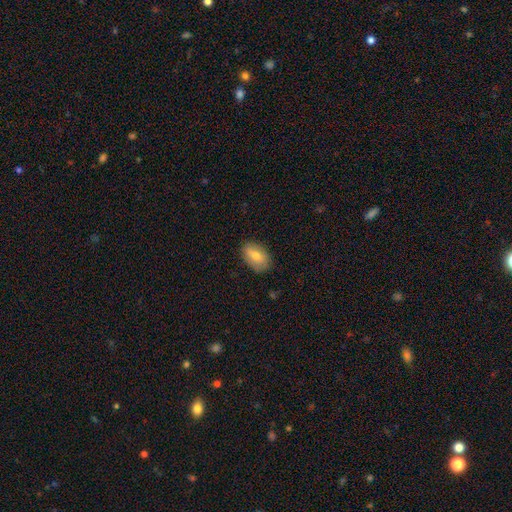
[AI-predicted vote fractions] This is likely a smooth galaxy (72%). How rounded: clearly in between (90%). Merging: clearly none (83%).